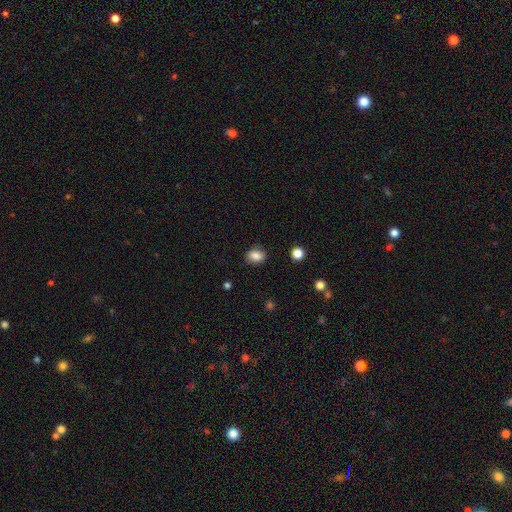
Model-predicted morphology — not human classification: The model was most divided on "how rounded": in between: 68%, round: 31%, cigar-shaped: 1%. More confident: smooth or featured — smooth (86%); merging — none (84%).